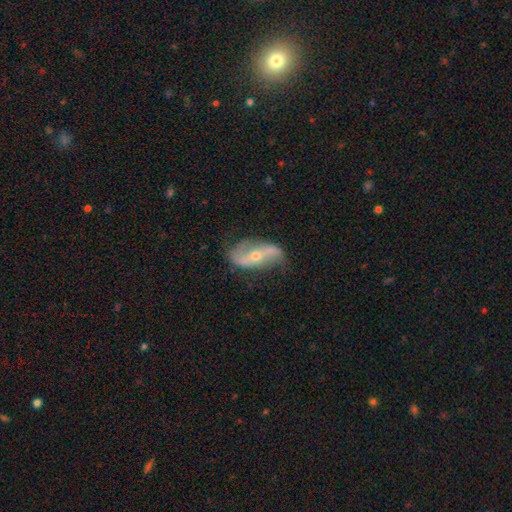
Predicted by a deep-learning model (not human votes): Overall: featured or disk (83%). Edge-on disk: no (92%). Bar: strong (40%; no 32%). Spiral arms: yes (91%). Spiral arm count: 2 (91%). Spiral winding: loose (73%). Bulge size: small (53%; moderate 43%). Merging: none (69%).